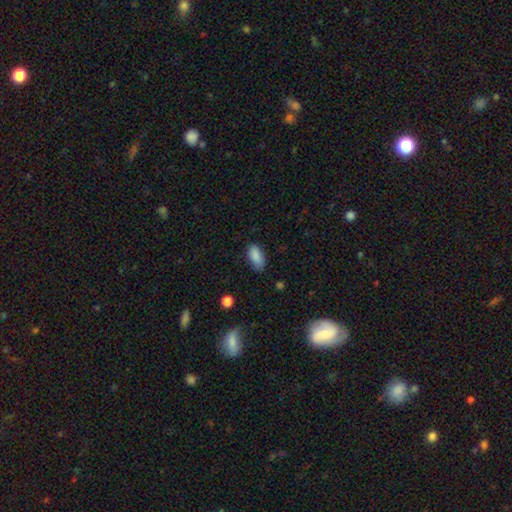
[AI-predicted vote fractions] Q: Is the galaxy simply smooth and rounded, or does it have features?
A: smooth — 88%.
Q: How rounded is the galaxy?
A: in between — 90%.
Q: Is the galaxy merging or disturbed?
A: none — 78%.